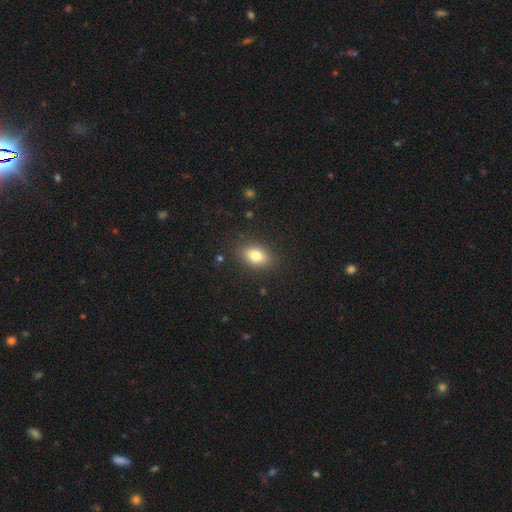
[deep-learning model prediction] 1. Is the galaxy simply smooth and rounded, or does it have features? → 80% smooth, 10% featured or disk, 9% star or artifact.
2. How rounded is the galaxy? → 83% in between, 14% round, 3% cigar-shaped.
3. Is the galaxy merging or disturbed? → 87% none, 9% minor disturbance, 3% major disturbance, 1% merger.